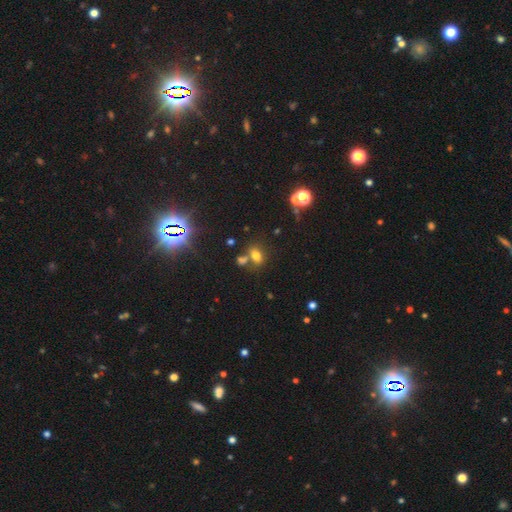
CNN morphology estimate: This appears to be a smooth galaxy with no disk features (68%) that is in between round and cigar-shaped (77%). Merging: none (56%).